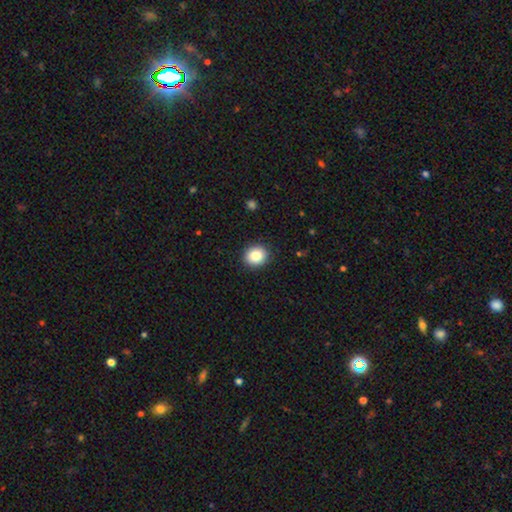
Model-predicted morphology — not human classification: This is clearly a smooth galaxy (85%). How rounded: likely round (72%). Merging: clearly none (90%).